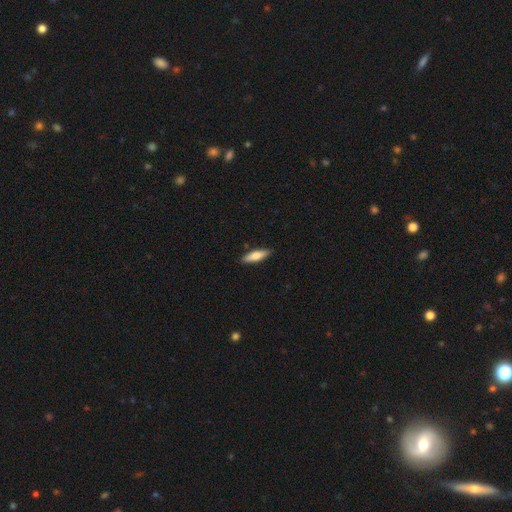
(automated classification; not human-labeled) smooth-or-featured: smooth: 74% | featured or disk: 21% | star or artifact: 5%
  how-rounded: cigar-shaped: 61% | in between: 37% | round: 2%
  merging: none: 88% | minor disturbance: 9% | major disturbance: 2% | merger: 1%